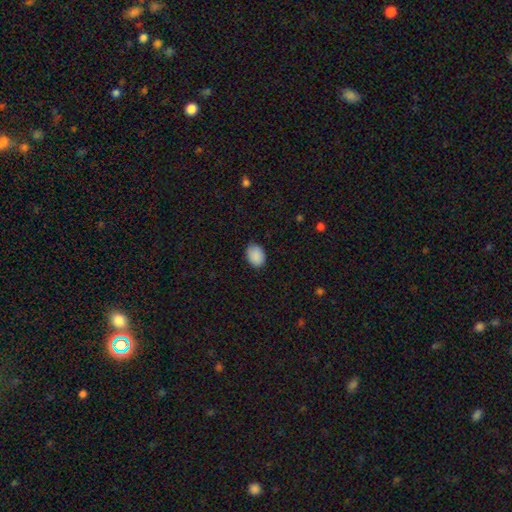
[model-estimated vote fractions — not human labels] This appears to be a smooth galaxy with no disk features (90%) that is in between round and cigar-shaped (74%). Merging: none (84%).